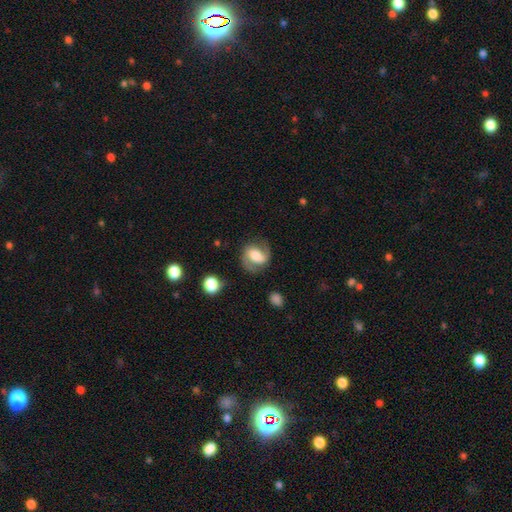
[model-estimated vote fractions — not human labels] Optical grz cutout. It shows a featured or disk galaxy (72%) with a weak bar (43%), 2 (90%) medium (52%) spiral arms (93%) and a moderate central bulge (46%). Merging: none (75%).